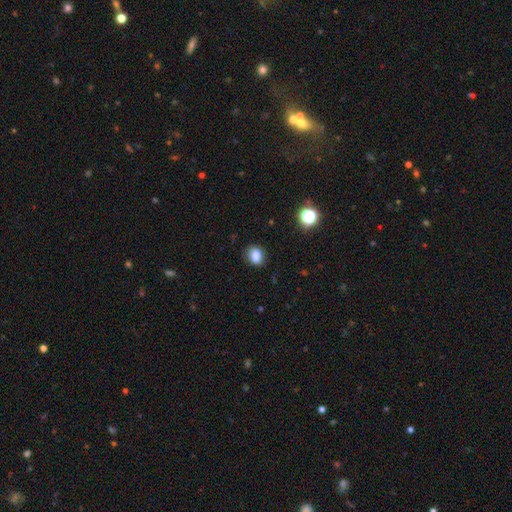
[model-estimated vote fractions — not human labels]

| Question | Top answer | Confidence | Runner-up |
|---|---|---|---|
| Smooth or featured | smooth | 83% | star or artifact (11%) |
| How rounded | in between | 55% | round (44%) |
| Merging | none | 80% | minor disturbance (14%) |